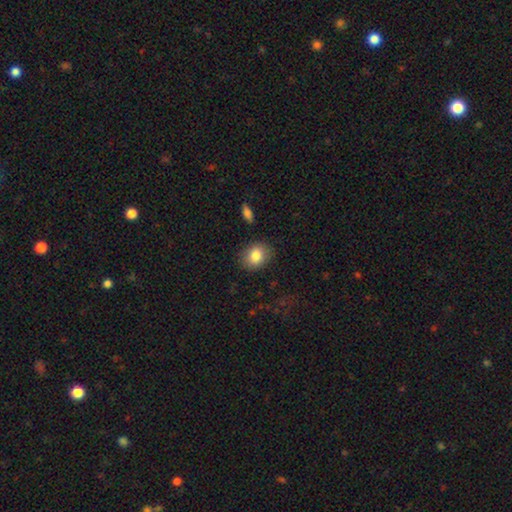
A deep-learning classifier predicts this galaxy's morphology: Smooth or featured: smooth — 83% (star or artifact — 8%)
How rounded: in between — 50% (round — 49%)
Merging: none — 84% (minor disturbance — 11%)